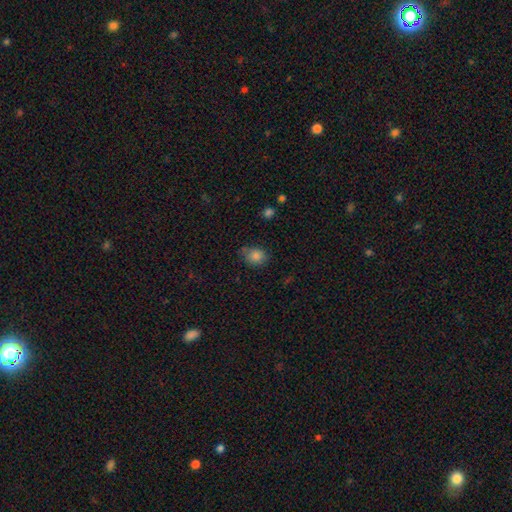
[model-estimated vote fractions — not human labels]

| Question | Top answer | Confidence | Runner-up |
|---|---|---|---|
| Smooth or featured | smooth | 83% | star or artifact (11%) |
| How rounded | round | 58% | in between (41%) |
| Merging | none | 68% | minor disturbance (23%) |